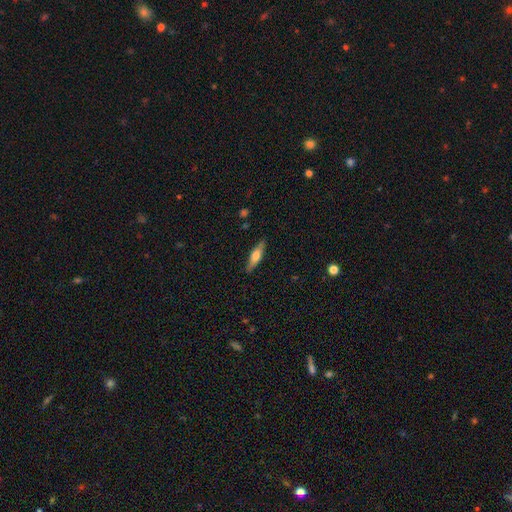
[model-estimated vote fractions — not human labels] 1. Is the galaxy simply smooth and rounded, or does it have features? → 56% smooth, 38% featured or disk, 6% star or artifact.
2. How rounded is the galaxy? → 68% cigar-shaped, 30% in between, 2% round.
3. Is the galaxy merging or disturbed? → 87% none, 10% minor disturbance, 2% major disturbance, 1% merger.